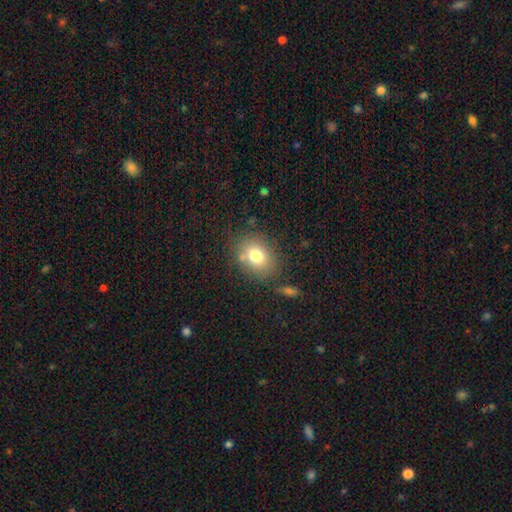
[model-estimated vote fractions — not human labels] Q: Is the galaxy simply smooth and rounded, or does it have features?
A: smooth — 76%.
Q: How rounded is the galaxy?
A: round — 50%.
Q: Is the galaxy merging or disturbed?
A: none — 75%.